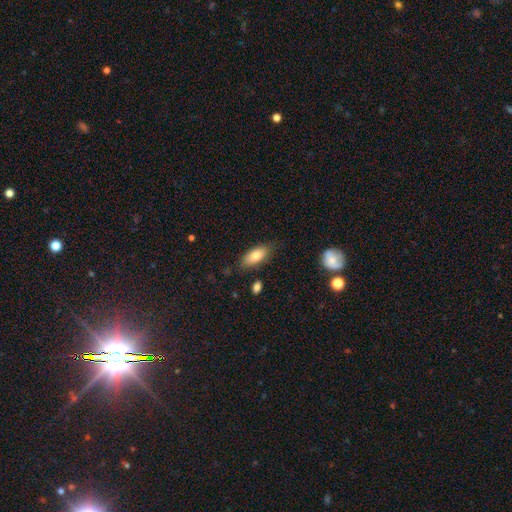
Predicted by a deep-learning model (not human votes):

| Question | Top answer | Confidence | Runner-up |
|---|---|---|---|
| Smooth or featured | smooth | 79% | featured or disk (14%) |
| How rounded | in between | 84% | cigar-shaped (14%) |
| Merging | none | 77% | minor disturbance (17%) |